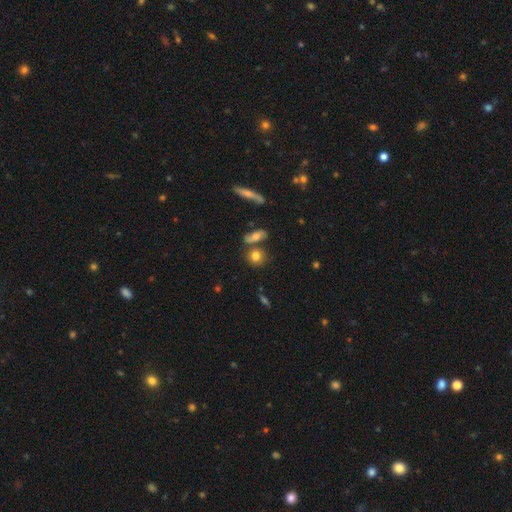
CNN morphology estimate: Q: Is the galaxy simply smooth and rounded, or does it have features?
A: smooth — 76%.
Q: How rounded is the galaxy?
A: round — 69%.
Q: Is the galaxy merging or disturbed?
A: none — 63%.